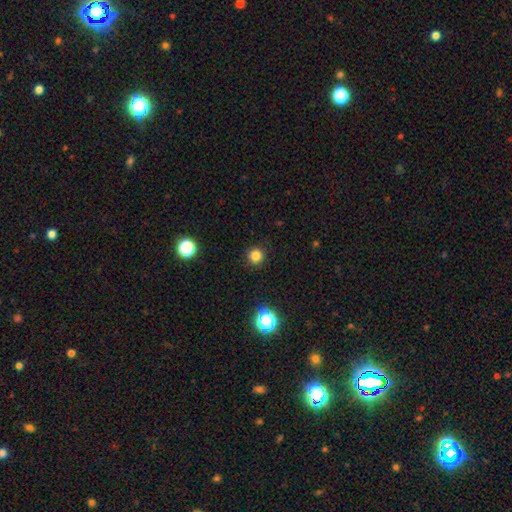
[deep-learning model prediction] The model was most divided on "smooth or featured": smooth: 82%, star or artifact: 14%, featured or disk: 4%. More confident: how rounded — round (95%); merging — none (91%).